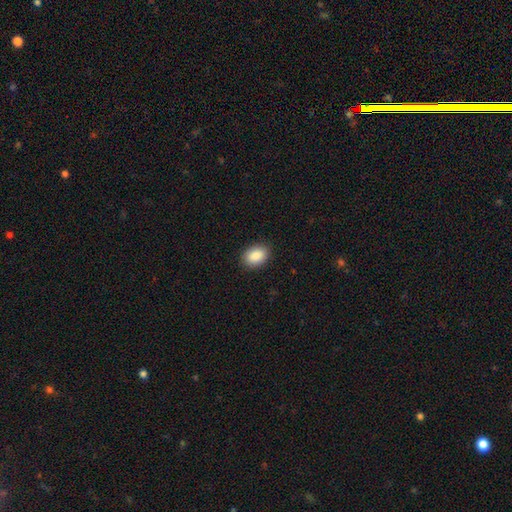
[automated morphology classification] Q: Smooth or featured?
A: smooth (89%); runner-up: star or artifact (7%)
Q: How rounded?
A: in between (81%); runner-up: round (18%)
Q: Merging?
A: none (88%); runner-up: minor disturbance (9%)